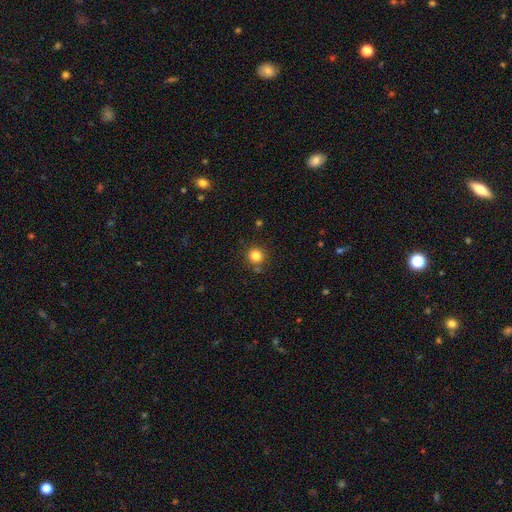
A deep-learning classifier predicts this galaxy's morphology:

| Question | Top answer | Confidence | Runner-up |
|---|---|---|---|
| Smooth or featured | smooth | 83% | star or artifact (12%) |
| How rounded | round | 93% | in between (6%) |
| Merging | none | 83% | minor disturbance (9%) |